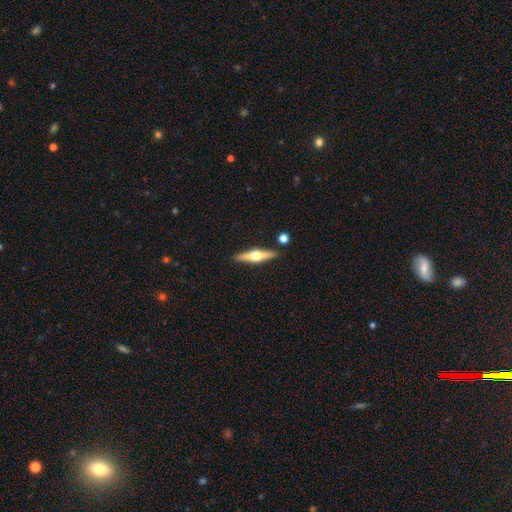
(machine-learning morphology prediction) This appears to be a featured or disk galaxy (67%) viewed edge-on (97%) with a rounded central bulge (96%). Merging: none (88%).